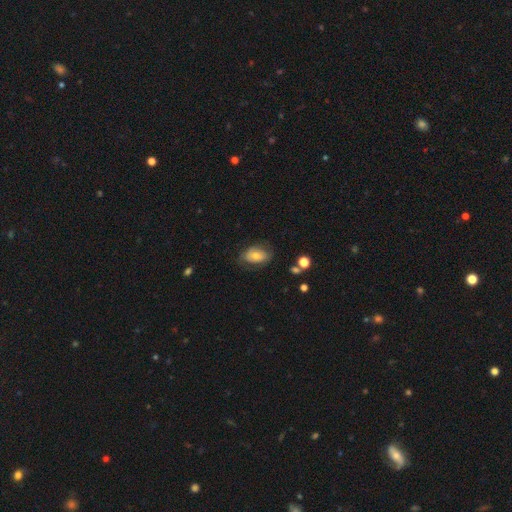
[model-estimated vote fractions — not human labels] Smooth or featured?
  - smooth: 64% *
  - featured or disk: 28%
  - star or artifact: 8%
How rounded?
  - in between: 85% *
  - round: 13%
  - cigar-shaped: 1%
Merging?
  - none: 65% *
  - minor disturbance: 23%
  - major disturbance: 10%
  - merger: 2%